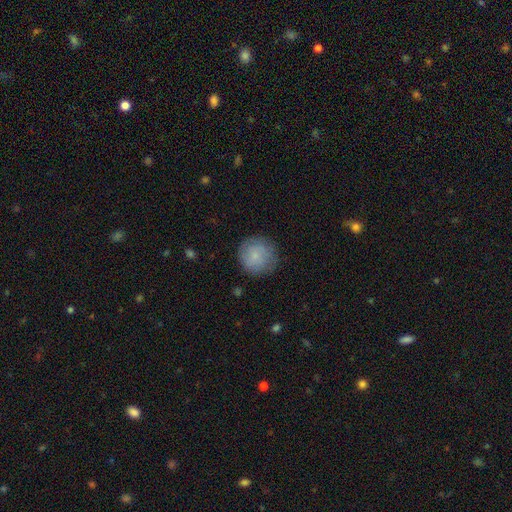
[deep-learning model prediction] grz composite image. It shows a smooth galaxy with no disk features (77%) that is round (94%). Merging: none (83%).